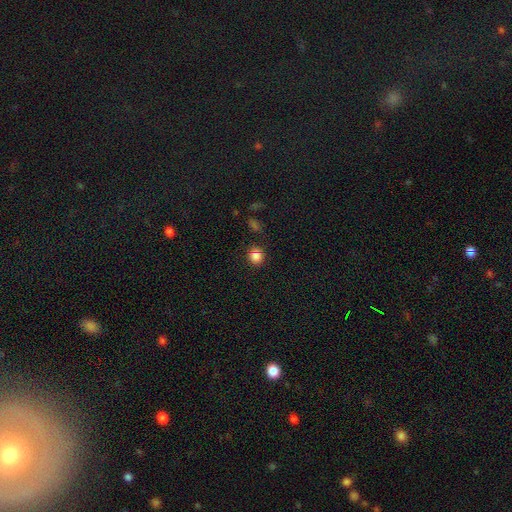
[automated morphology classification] Q: Smooth or featured?
A: smooth (80%); runner-up: star or artifact (15%)
Q: How rounded?
A: round (88%); runner-up: in between (11%)
Q: Merging?
A: none (80%); runner-up: minor disturbance (11%)